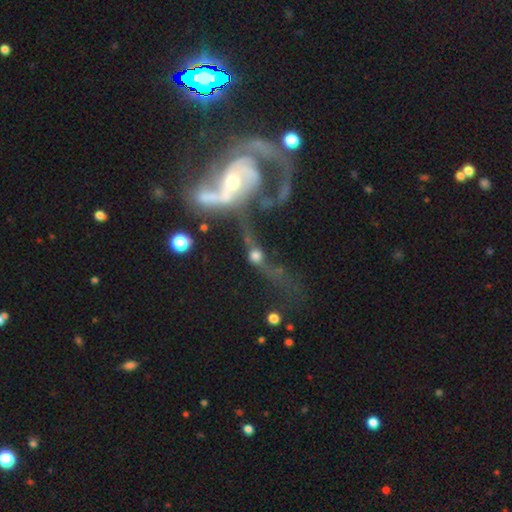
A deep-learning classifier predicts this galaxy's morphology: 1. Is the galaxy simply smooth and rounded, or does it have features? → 54% featured or disk, 28% smooth, 18% star or artifact.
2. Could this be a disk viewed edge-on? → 64% no, 36% yes.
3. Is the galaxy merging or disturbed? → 40% merger, 24% major disturbance, 24% none, 11% minor disturbance.